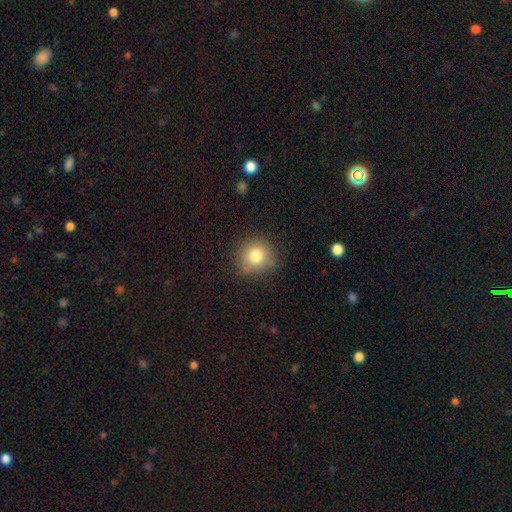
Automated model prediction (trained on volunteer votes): Smooth or featured: smooth — 80% (star or artifact — 11%)
How rounded: round — 89% (in between — 10%)
Merging: none — 81% (minor disturbance — 14%)